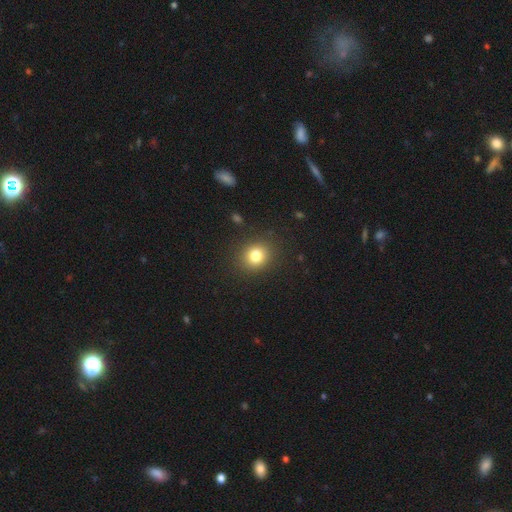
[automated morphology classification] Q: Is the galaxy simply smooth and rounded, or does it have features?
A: smooth — 79%.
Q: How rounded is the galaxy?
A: round — 74%.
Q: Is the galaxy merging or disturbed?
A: none — 88%.